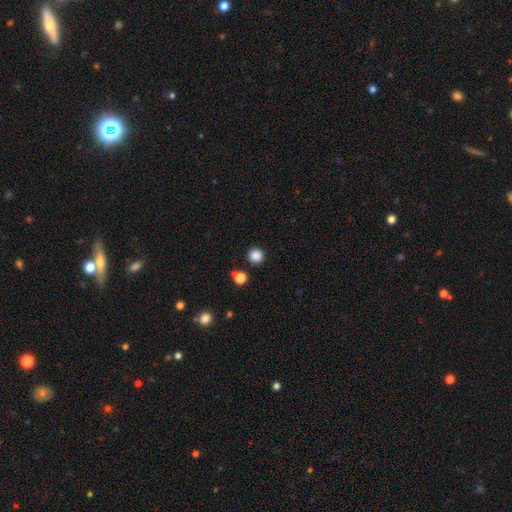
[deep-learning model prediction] Smooth or featured?
  - smooth: 85% *
  - star or artifact: 12%
  - featured or disk: 3%
How rounded?
  - round: 95% *
  - in between: 4%
  - cigar-shaped: 1%
Merging?
  - none: 89% *
  - minor disturbance: 6%
  - merger: 3%
  - major disturbance: 2%